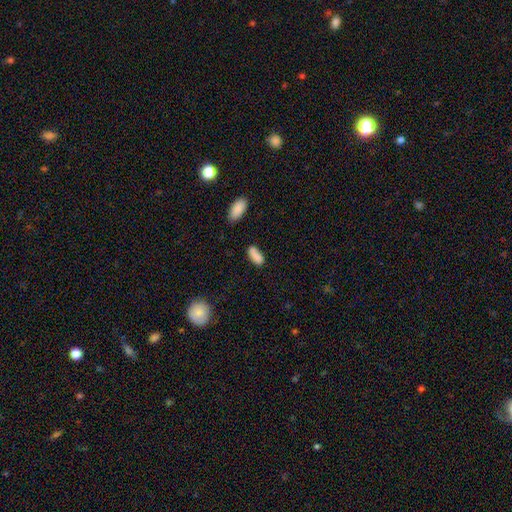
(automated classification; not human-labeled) Q: Smooth or featured?
A: smooth (84%); runner-up: star or artifact (9%)
Q: How rounded?
A: in between (78%); runner-up: cigar-shaped (19%)
Q: Merging?
A: none (63%); runner-up: minor disturbance (21%)